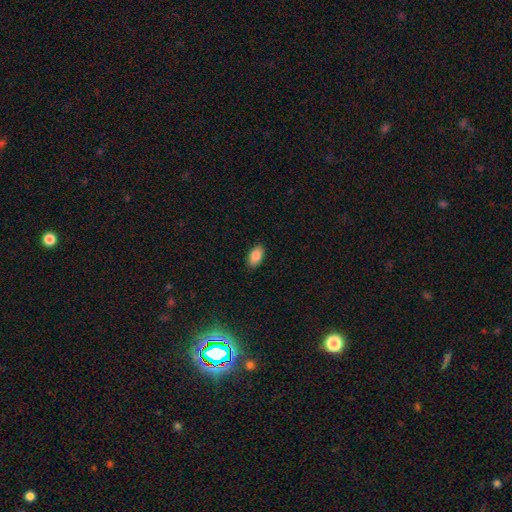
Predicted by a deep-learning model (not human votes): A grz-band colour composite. It shows a smooth galaxy with no disk features (87%) that is in between round and cigar-shaped (93%). Merging: none (88%).